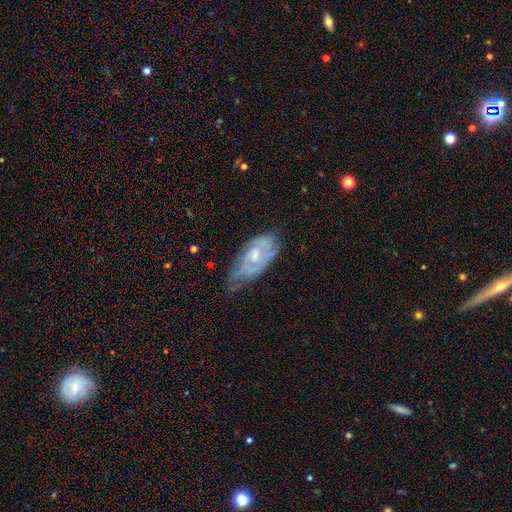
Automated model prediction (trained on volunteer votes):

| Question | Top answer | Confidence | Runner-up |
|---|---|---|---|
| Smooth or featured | featured or disk | 73% | smooth (20%) |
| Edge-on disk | no | 93% | yes (7%) |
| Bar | no | 60% | weak (34%) |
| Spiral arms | yes | 79% | no (21%) |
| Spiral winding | tight | 51% | medium (38%) |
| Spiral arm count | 2 | 43% | can't tell (39%) |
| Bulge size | moderate | 47% | small (42%) |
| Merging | none | 48% | minor disturbance (35%) |